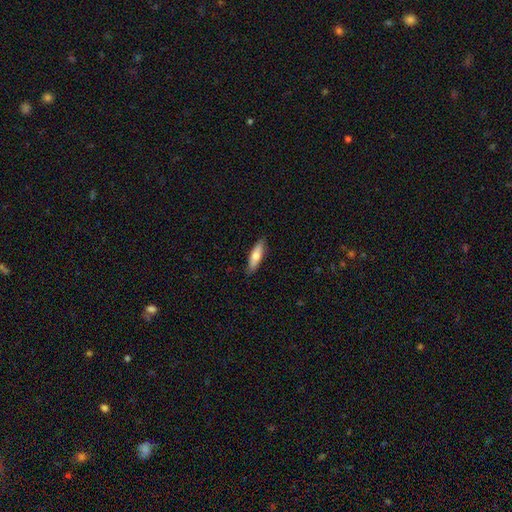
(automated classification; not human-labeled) Smooth or featured? Predicted: smooth (p=0.70). How rounded? Predicted: cigar-shaped (p=0.61). Merging? Predicted: none (p=0.87).